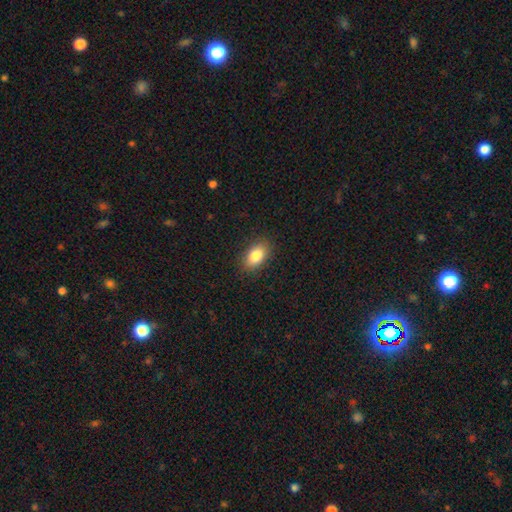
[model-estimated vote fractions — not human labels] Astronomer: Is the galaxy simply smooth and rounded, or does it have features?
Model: smooth — 84%.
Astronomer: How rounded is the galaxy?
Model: in between — 89%.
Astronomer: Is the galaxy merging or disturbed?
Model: none — 87%.